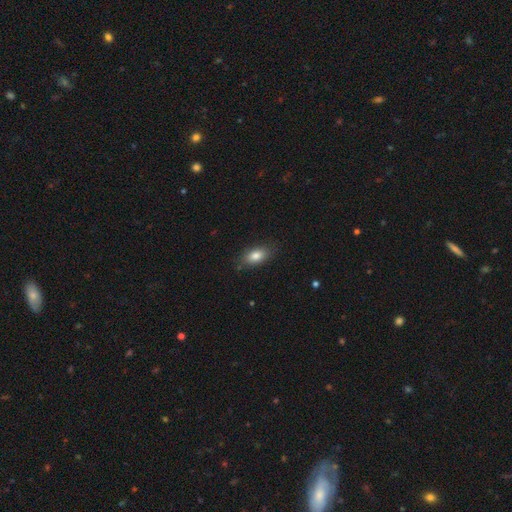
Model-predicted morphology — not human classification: smooth_or_featured: smooth (p=0.82) [alt: featured or disk p=0.10]
how_rounded: in between (p=0.88) [alt: round p=0.06]
merging: none (p=0.82) [alt: minor disturbance p=0.14]